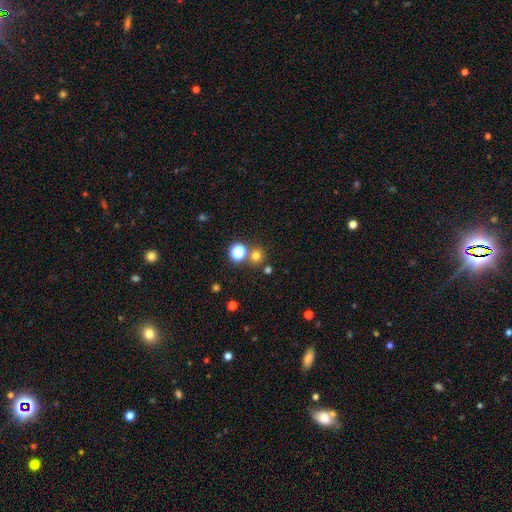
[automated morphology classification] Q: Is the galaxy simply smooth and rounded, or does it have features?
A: smooth — 70%.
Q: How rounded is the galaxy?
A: round — 91%.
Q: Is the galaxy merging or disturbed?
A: none — 75%.